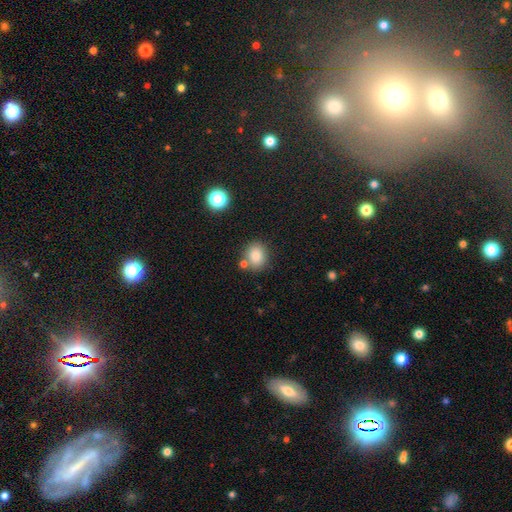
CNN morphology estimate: Overall: smooth (81%). How rounded: round (66%; in between 33%). Merging: none (73%).